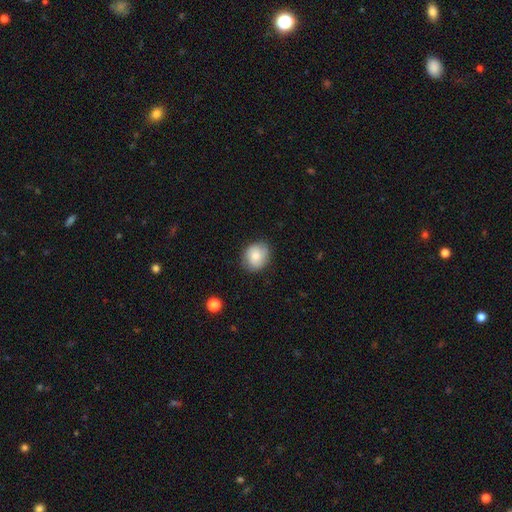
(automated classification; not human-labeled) smooth 78%, featured or disk 14%, star or artifact 8%. Down the decision tree: how rounded — round (63%); merging — none (81%).